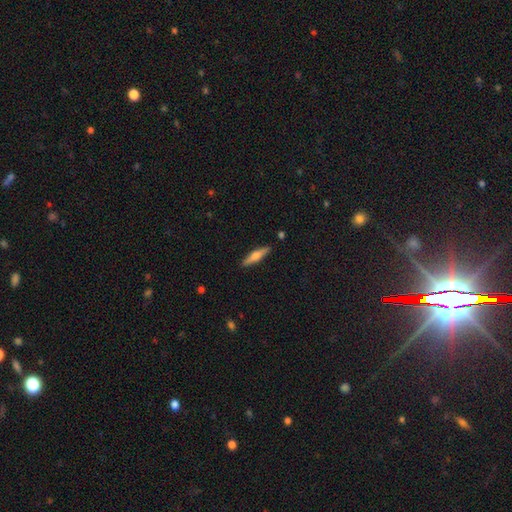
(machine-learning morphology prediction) A featured or disk galaxy (49%). Merging: none (89%).